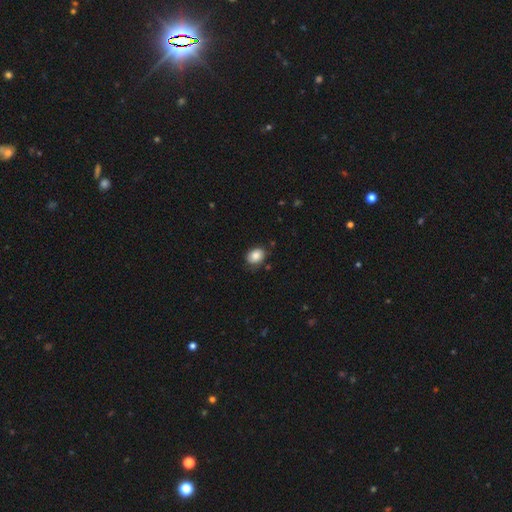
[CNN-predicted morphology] Q: Smooth or featured?
A: smooth (85%); runner-up: star or artifact (8%)
Q: How rounded?
A: in between (66%); runner-up: round (33%)
Q: Merging?
A: none (76%); runner-up: minor disturbance (19%)